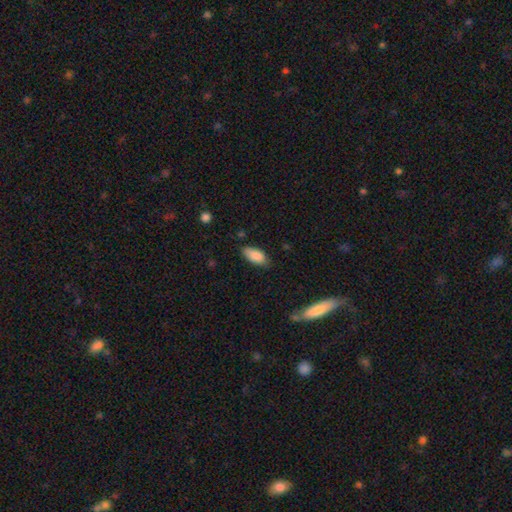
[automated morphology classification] This is clearly a smooth galaxy (87%). How rounded: clearly in between (91%). Merging: likely none (76%).